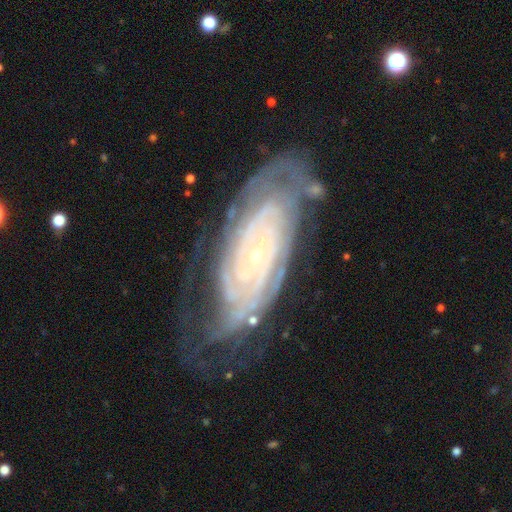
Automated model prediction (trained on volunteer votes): The model was most divided on "spiral arm count": can't tell: 33%, 2: 20%, 4: 16%, 3: 14%, more than 4: 11%, 1: 6%. More confident: spiral arms — yes (97%); edge-on disk — no (94%); smooth or featured — featured or disk (88%); bulge size — small (87%); spiral winding — tight (82%); bar — no (75%); merging — none (66%).